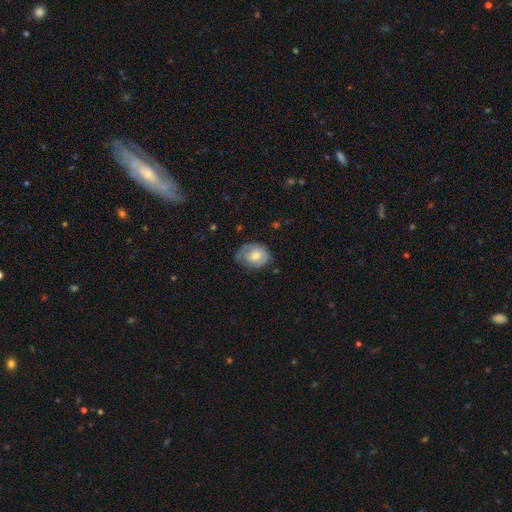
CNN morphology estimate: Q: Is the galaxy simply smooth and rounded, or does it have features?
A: smooth — 58%.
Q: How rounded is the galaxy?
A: in between — 62%.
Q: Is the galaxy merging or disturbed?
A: none — 58%.